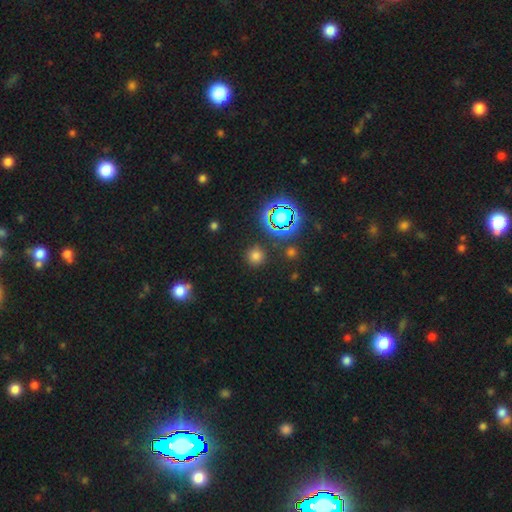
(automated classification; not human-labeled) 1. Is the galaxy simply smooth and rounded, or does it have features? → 69% smooth, 25% star or artifact, 6% featured or disk.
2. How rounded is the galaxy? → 93% round, 6% in between, 1% cigar-shaped.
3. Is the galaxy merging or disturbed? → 88% none, 7% minor disturbance, 3% major disturbance, 2% merger.